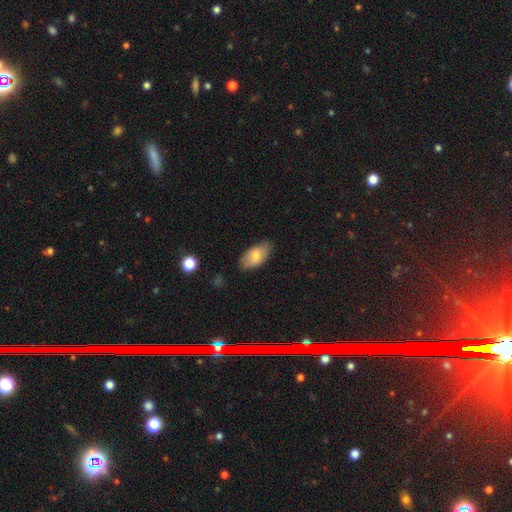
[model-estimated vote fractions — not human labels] Morphology: type=smooth (74%); roundness=in between (93%); merging=none (75%).